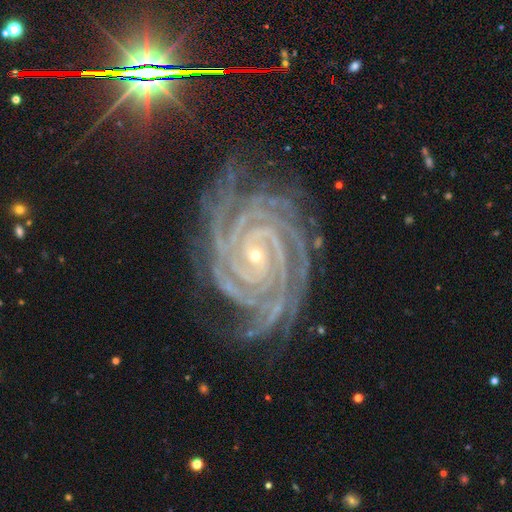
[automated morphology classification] A featured or disk galaxy (92%) with no bar (58%), 4 (27%) tight (85%) spiral arms (99%) and a small central bulge (85%).

Vote fractions:
- Smooth or featured? featured or disk: 92% / star or artifact: 5% / smooth: 2%
- Edge-on disk? no: 98% / yes: 2%
- Bar? no: 58% / weak: 24% / strong: 18%
- Spiral arms? yes: 99% / no: 1%
- Spiral winding? tight: 85% / medium: 13% / loose: 2%
- Spiral arm count? 4: 27% / more than 4: 22% / 3: 17% / 2: 13% / can't tell: 12% / 1: 8%
- Bulge size? small: 85% / moderate: 11% / none: 1% / large: 1% / dominant: 1%
- Merging? none: 69% / minor disturbance: 20% / major disturbance: 10% / merger: 2%